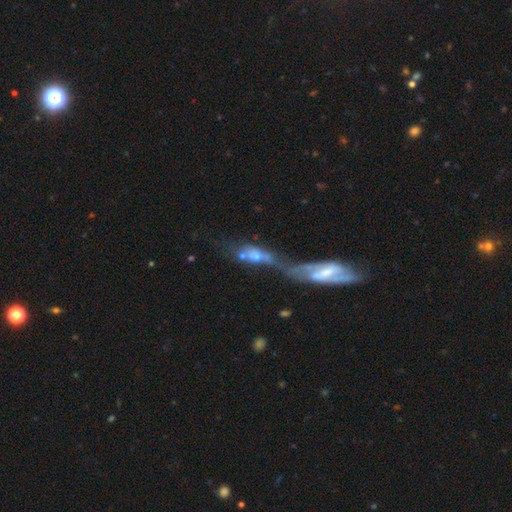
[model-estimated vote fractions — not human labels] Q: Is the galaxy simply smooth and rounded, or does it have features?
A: featured or disk — 53%.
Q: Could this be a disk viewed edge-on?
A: no — 74%.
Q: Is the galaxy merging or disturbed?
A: merger — 71%.